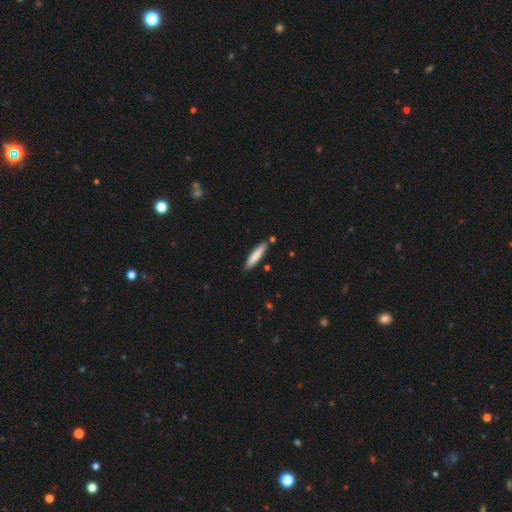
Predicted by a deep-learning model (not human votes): This is likely a smooth galaxy (80%). How rounded: clearly cigar-shaped (86%). Merging: clearly none (86%).